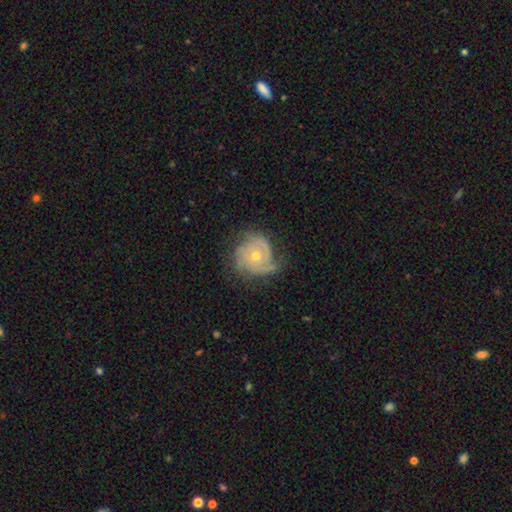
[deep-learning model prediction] This is likely a featured or disk galaxy (76%). It is clearly not viewed edge-on (98%). Bar: clearly no (82%). Spiral arm pattern: clearly yes (90%). Spiral arm count: marginally 3 (30%). Spiral winding: possibly tight (57%). Central bulge: possibly small (50%). Merging: possibly none (57%).